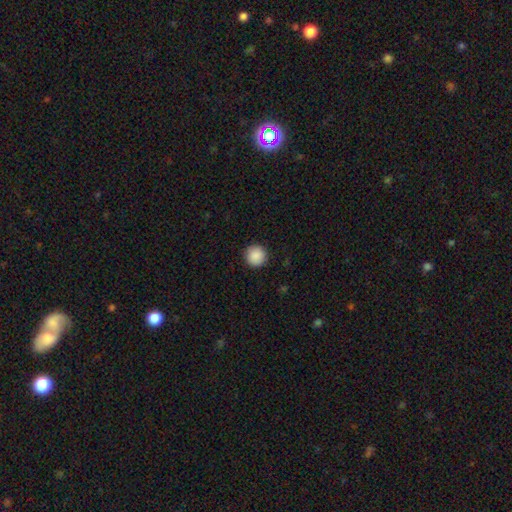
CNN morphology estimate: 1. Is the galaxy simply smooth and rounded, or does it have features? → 90% smooth, 8% star or artifact, 3% featured or disk.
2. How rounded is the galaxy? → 95% round, 4% in between, 1% cigar-shaped.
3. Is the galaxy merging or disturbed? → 92% none, 5% minor disturbance, 2% major disturbance, 1% merger.